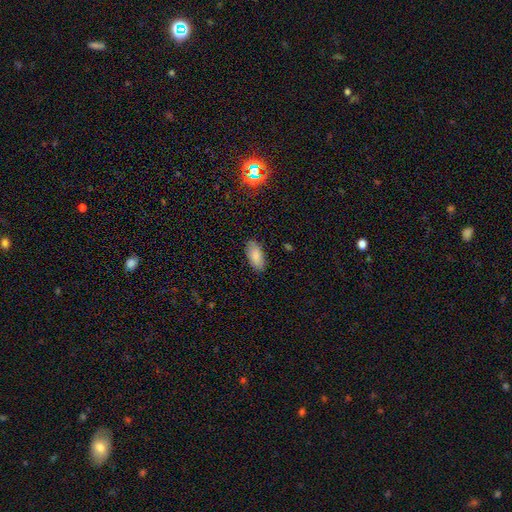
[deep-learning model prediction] Smooth or featured: smooth — 86% (star or artifact — 7%)
How rounded: in between — 88% (cigar-shaped — 10%)
Merging: none — 86% (minor disturbance — 10%)